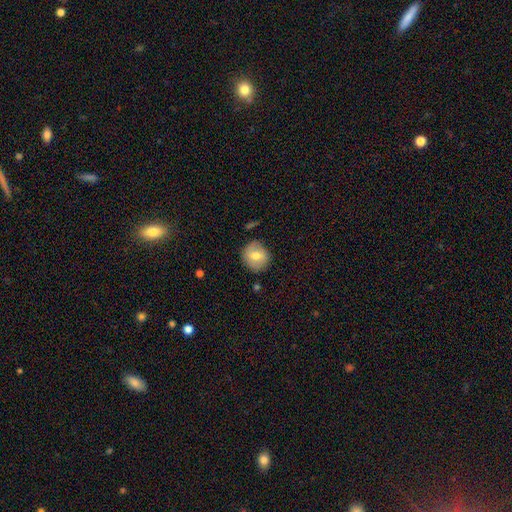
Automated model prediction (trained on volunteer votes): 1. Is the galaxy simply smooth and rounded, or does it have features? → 67% smooth, 25% featured or disk, 8% star or artifact.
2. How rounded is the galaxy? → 86% round, 13% in between, 1% cigar-shaped.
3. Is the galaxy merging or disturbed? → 82% none, 13% minor disturbance, 3% major disturbance, 2% merger.